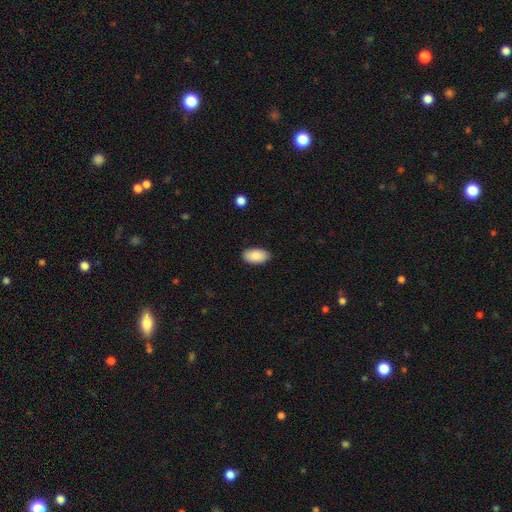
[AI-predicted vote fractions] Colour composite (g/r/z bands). It shows a smooth galaxy with no disk features (89%) that is in between round and cigar-shaped (95%). Merging: none (88%).